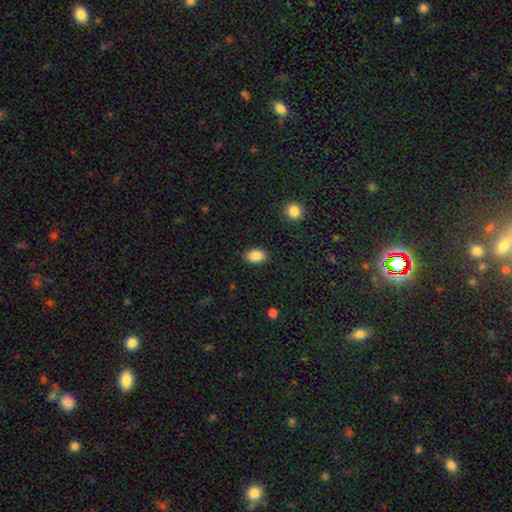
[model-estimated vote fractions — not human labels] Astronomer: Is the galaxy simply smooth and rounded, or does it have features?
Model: smooth — 88%.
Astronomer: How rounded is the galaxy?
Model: in between — 82%.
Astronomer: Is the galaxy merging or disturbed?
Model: none — 88%.